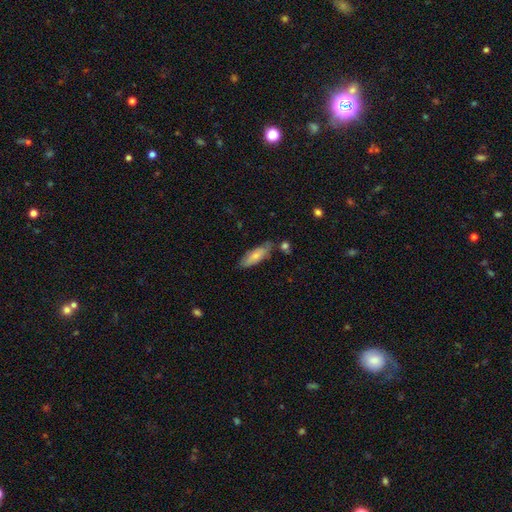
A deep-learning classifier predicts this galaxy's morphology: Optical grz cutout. It shows a smooth galaxy with no disk features (71%) that is in between round and cigar-shaped (57%). Merging: none (68%).